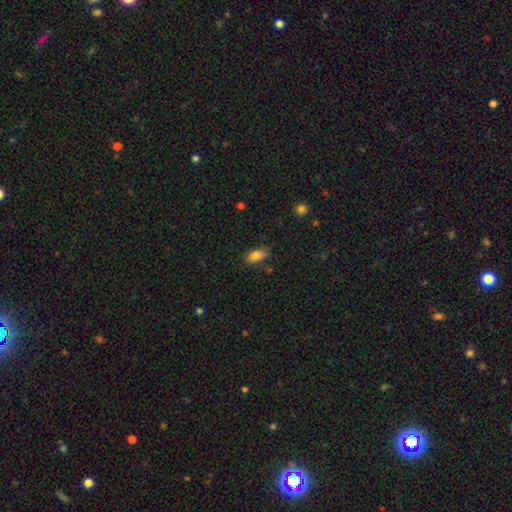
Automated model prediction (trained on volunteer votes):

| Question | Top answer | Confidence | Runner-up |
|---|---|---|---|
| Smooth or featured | smooth | 84% | star or artifact (9%) |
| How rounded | in between | 86% | cigar-shaped (11%) |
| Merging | none | 77% | minor disturbance (17%) |